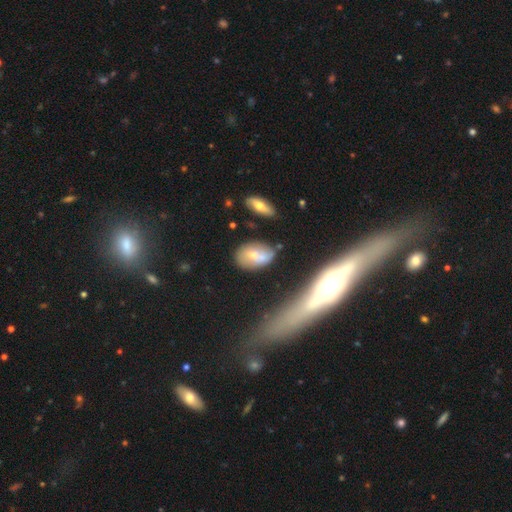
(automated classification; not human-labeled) smooth 58%, featured or disk 32%, star or artifact 10%. Down the decision tree: how rounded — in between (83%); merging — none (54%).